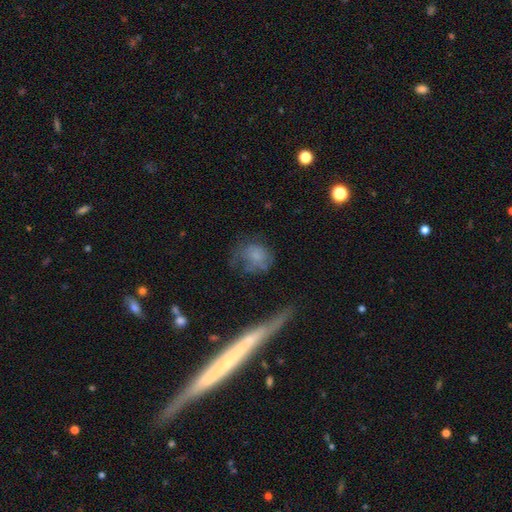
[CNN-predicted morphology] Smooth or featured?
  - smooth: 61% *
  - featured or disk: 27%
  - star or artifact: 11%
How rounded?
  - round: 61% *
  - in between: 36%
  - cigar-shaped: 3%
Merging?
  - none: 41% *
  - major disturbance: 28%
  - minor disturbance: 25%
  - merger: 7%